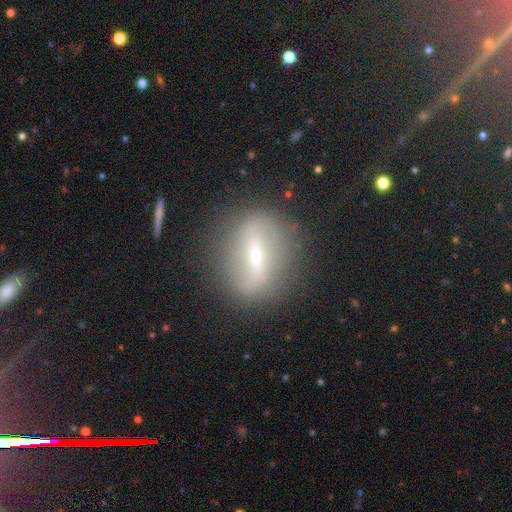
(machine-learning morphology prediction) This is likely a featured or disk galaxy (64%). It is likely not viewed edge-on (67%). Merging: clearly none (82%).